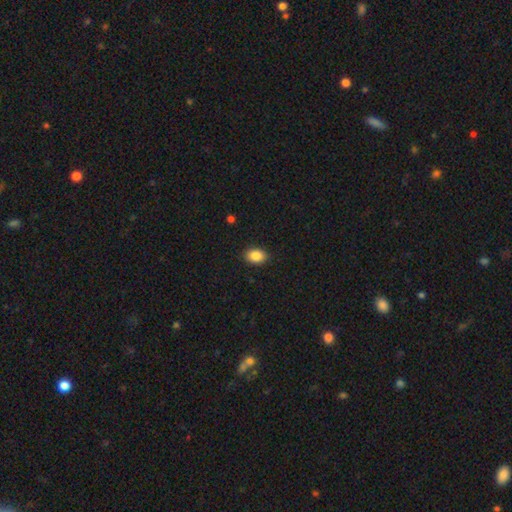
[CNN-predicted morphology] Smooth or featured? Predicted: smooth (p=0.87). How rounded? Predicted: in between (p=0.80). Merging? Predicted: none (p=0.90).